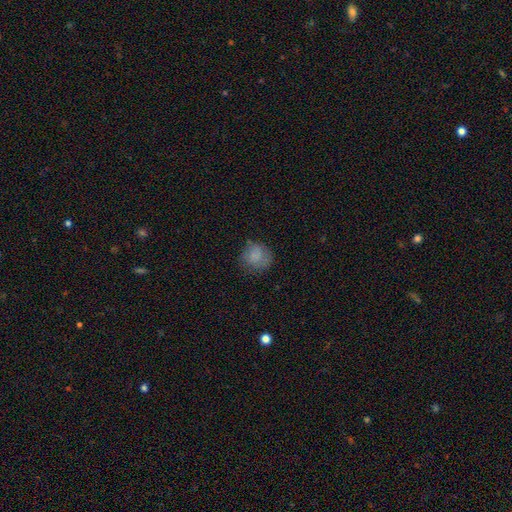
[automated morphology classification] A smooth galaxy with no disk features (77%) that is round (84%). Merging: none (68%).